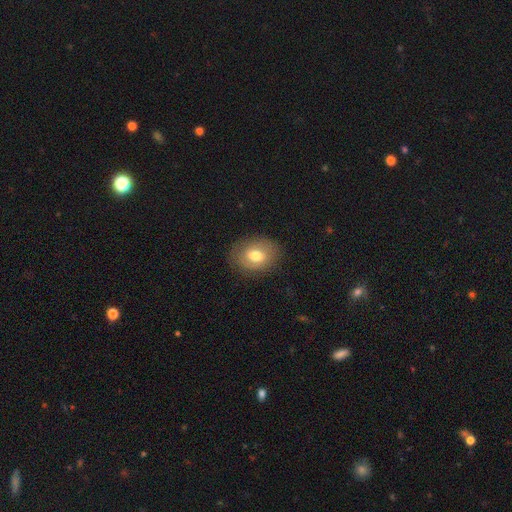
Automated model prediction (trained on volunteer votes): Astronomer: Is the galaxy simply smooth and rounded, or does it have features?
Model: smooth — 68%.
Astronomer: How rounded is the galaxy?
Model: in between — 62% (runner-up: round, 37%).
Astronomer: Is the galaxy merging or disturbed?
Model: none — 83%.